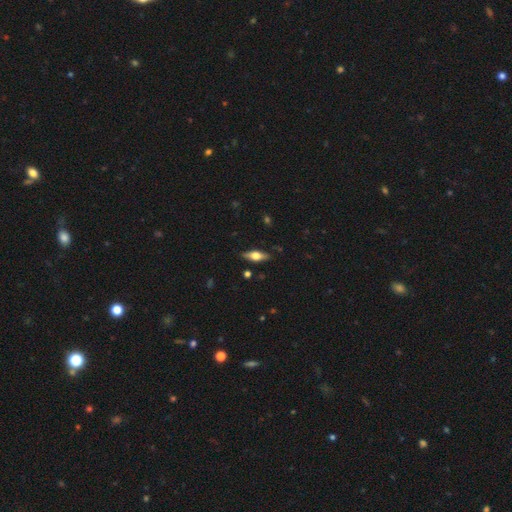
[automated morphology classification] Q: Smooth or featured?
A: smooth (46%); tied with: featured or disk (46%)
Q: Merging?
A: none (85%); runner-up: minor disturbance (11%)